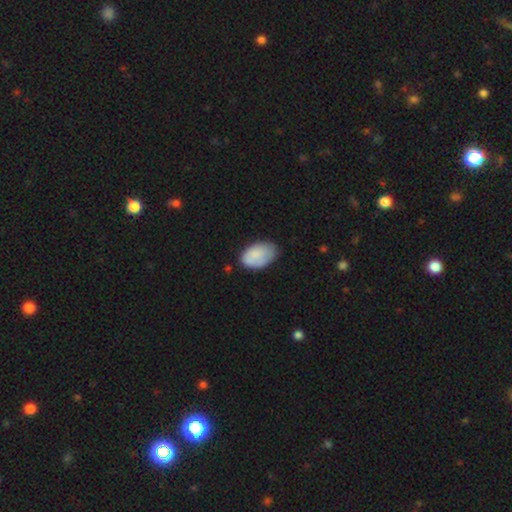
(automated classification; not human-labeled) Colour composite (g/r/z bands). It shows a smooth galaxy with no disk features (82%) that is in between round and cigar-shaped (92%). Merging: none (65%).